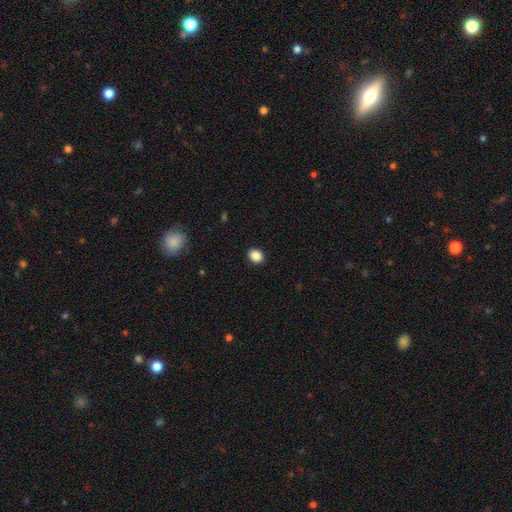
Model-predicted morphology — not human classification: This is clearly a smooth galaxy (87%). How rounded: likely round (66%). Merging: clearly none (92%).